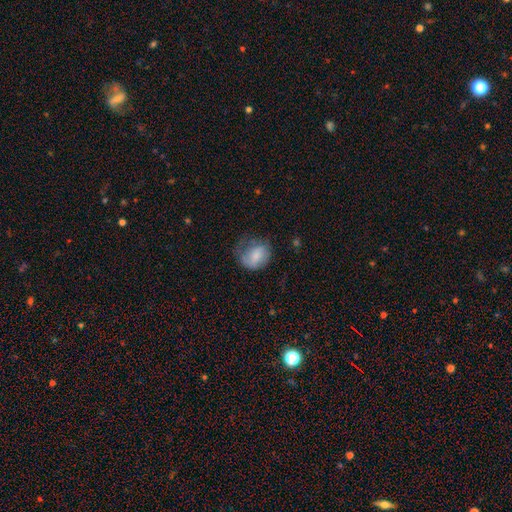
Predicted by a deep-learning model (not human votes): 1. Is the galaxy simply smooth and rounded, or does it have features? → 67% smooth, 25% featured or disk, 7% star or artifact.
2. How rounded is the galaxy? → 52% round, 47% in between, 1% cigar-shaped.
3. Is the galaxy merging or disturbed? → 37% none, 32% minor disturbance, 29% major disturbance, 2% merger.